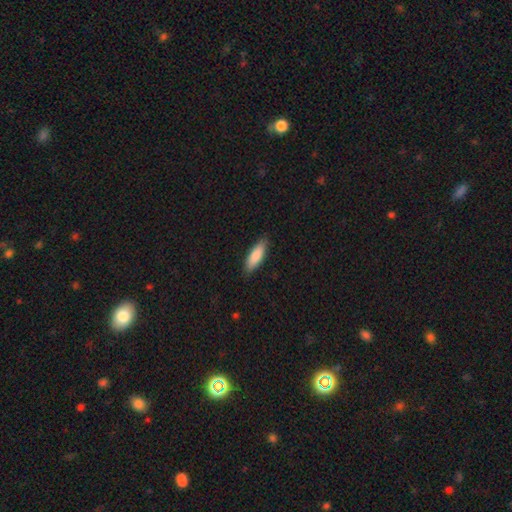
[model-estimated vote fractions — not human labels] A smooth galaxy with no disk features (85%) that is in between round and cigar-shaped (51%). Merging: none (87%).